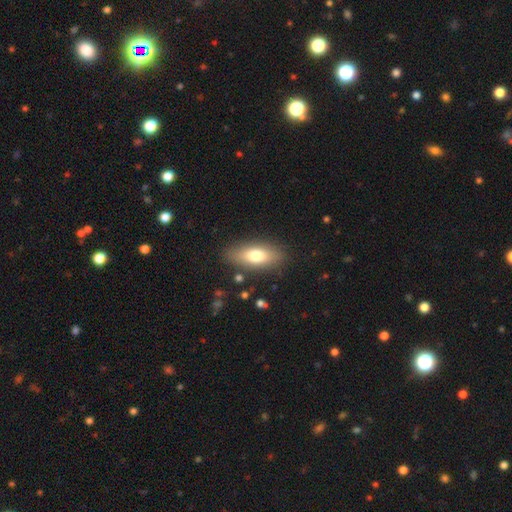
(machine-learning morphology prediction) This is likely a smooth galaxy (74%). How rounded: likely in between (79%). Merging: clearly none (85%).